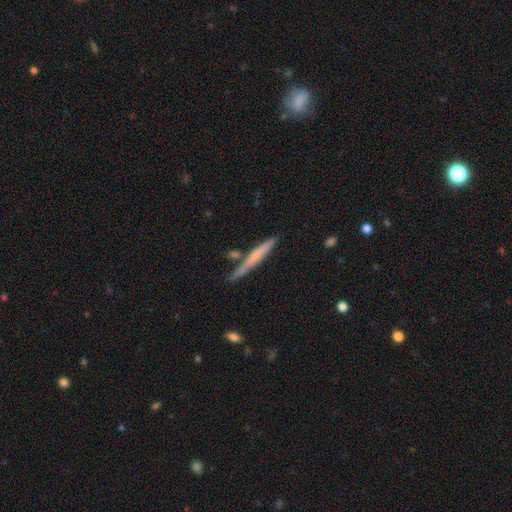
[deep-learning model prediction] Smooth or featured: smooth — 55% (featured or disk — 39%)
How rounded: cigar-shaped — 95% (in between — 3%)
Merging: none — 75% (minor disturbance — 14%)